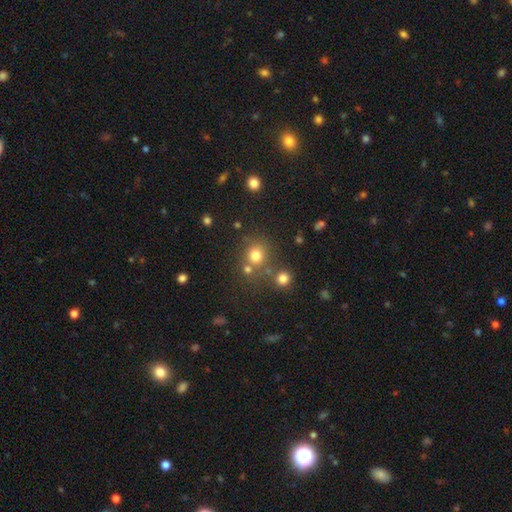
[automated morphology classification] Overall: smooth (75%). How rounded: round (85%). Merging: none (66%).